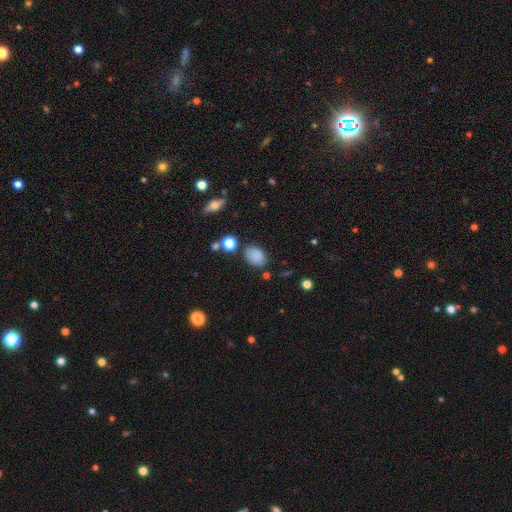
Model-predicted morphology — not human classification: Smooth or featured? Predicted: smooth (p=0.84). How rounded? Predicted: in between (p=0.77). Merging? Predicted: none (p=0.75).